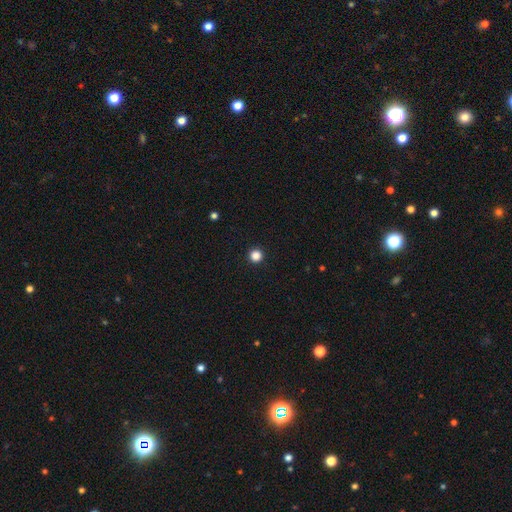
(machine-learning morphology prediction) Smooth or featured? smooth (85%)
How rounded? round (96%)
Merging? none (94%)